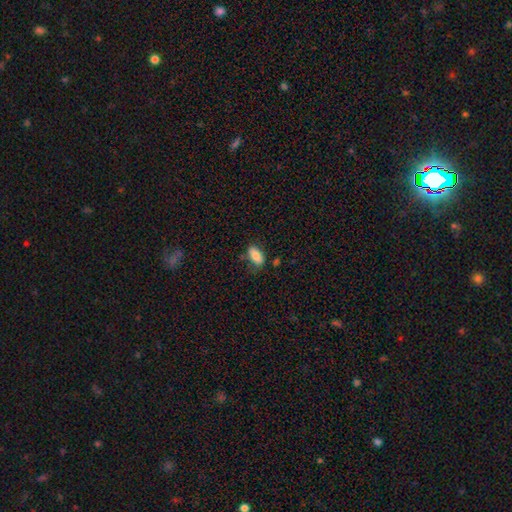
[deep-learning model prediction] This appears to be a smooth galaxy with no disk features (81%) that is in between round and cigar-shaped (91%). Merging: none (70%).